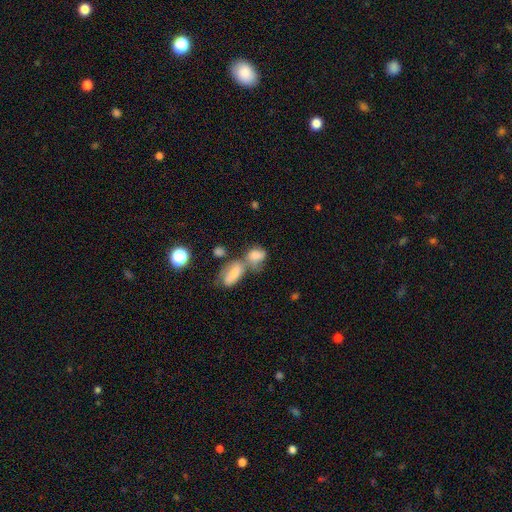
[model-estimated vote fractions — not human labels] The model was most divided on "merging": merger: 59%, none: 21%, minor disturbance: 11%, major disturbance: 8%. More confident: how rounded — in between (77%); smooth or featured — smooth (71%).